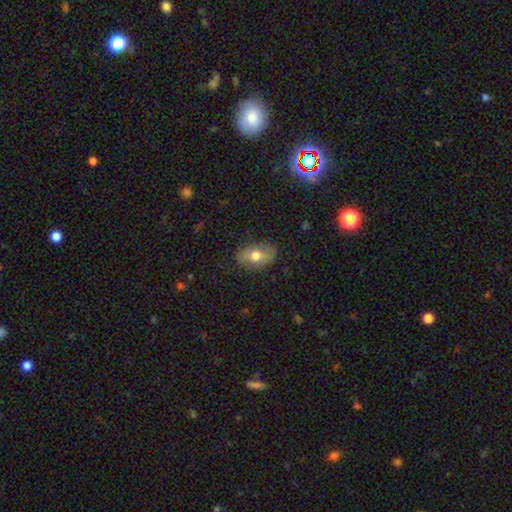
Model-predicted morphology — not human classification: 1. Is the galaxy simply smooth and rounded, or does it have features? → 62% smooth, 31% featured or disk, 7% star or artifact.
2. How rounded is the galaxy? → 86% in between, 12% round, 2% cigar-shaped.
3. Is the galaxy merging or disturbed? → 81% none, 14% minor disturbance, 4% major disturbance, 1% merger.